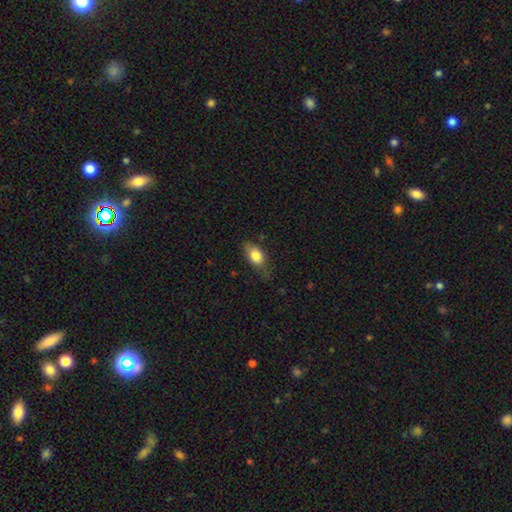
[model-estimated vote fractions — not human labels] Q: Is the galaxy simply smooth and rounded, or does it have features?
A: smooth — 80%.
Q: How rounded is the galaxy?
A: in between — 85%.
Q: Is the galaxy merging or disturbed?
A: none — 63%.